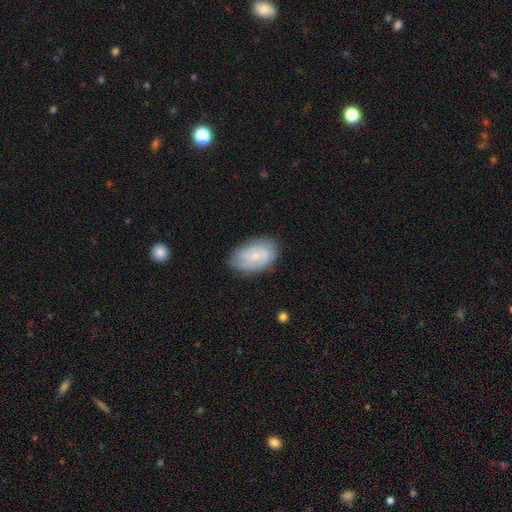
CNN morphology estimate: This is possibly a smooth galaxy (47%). Merging: likely none (74%).